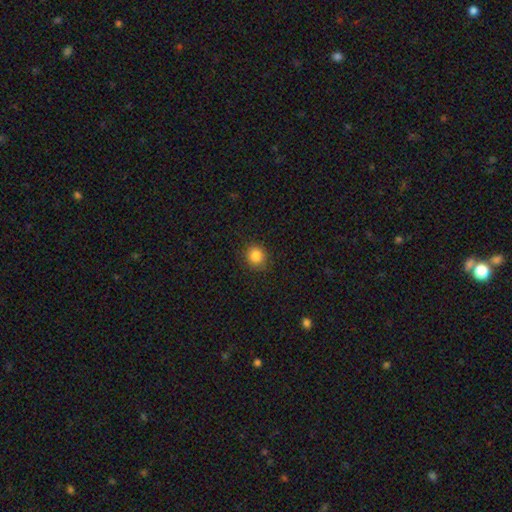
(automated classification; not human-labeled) Smooth or featured: smooth — 84% (star or artifact — 11%)
How rounded: round — 85% (in between — 14%)
Merging: none — 89% (minor disturbance — 8%)